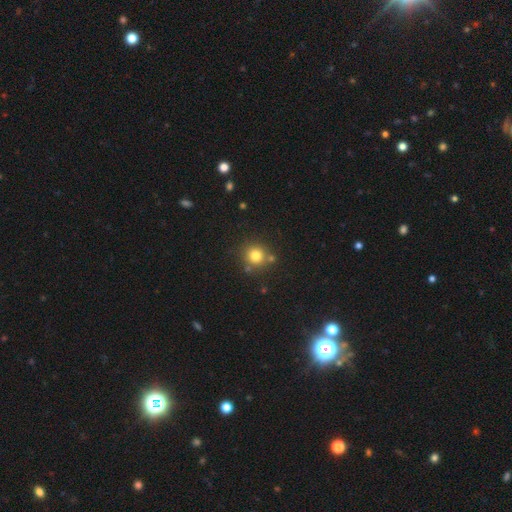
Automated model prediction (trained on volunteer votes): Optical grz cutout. It shows a smooth galaxy with no disk features (78%) that is round (91%). Merging: none (76%).